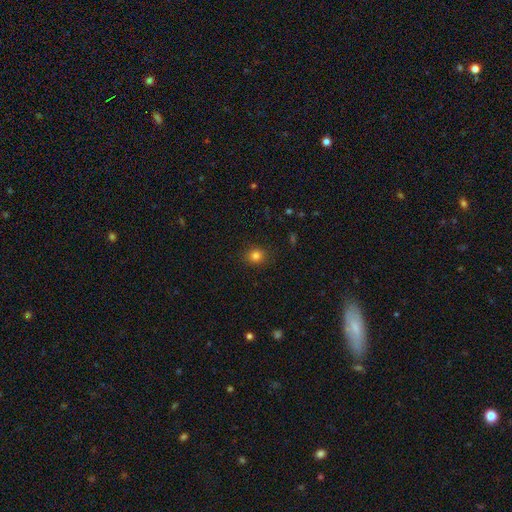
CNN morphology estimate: The model was most divided on "how rounded": round: 81%, in between: 18%, cigar-shaped: 1%. More confident: merging — none (89%); smooth or featured — smooth (82%).